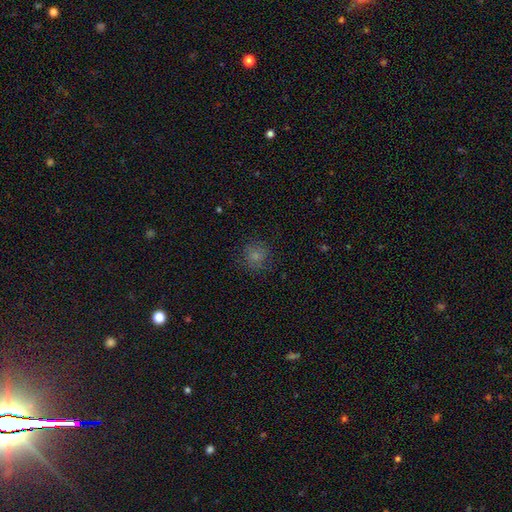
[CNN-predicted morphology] smooth_or_featured: smooth (p=0.74) [alt: star or artifact p=0.15]
how_rounded: round (p=0.87) [alt: in between p=0.12]
merging: none (p=0.79) [alt: minor disturbance p=0.14]